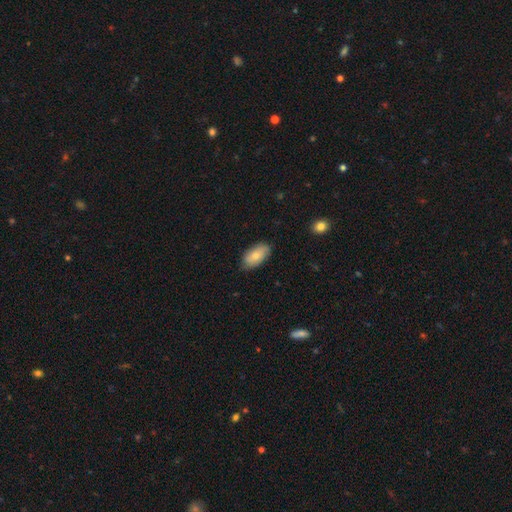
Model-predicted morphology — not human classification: This is likely a smooth galaxy (71%). How rounded: clearly in between (93%). Merging: clearly none (80%).